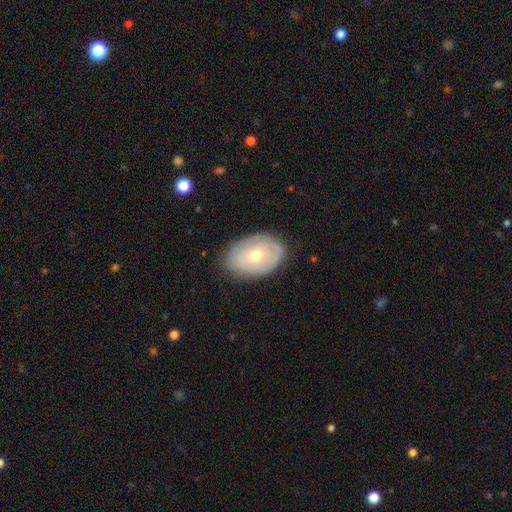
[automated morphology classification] Smooth or featured? featured or disk (50%)
Edge-on disk? no (92%)
Merging? none (80%)